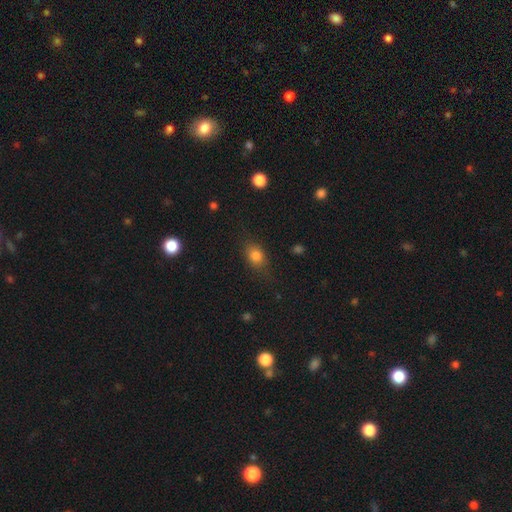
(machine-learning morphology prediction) A smooth galaxy with no disk features (80%) that is in between round and cigar-shaped (67%).

Vote fractions:
- Smooth or featured? smooth: 80% / star or artifact: 11% / featured or disk: 9%
- How rounded? in between: 67% / round: 30% / cigar-shaped: 3%
- Merging? none: 75% / minor disturbance: 18% / major disturbance: 6% / merger: 2%